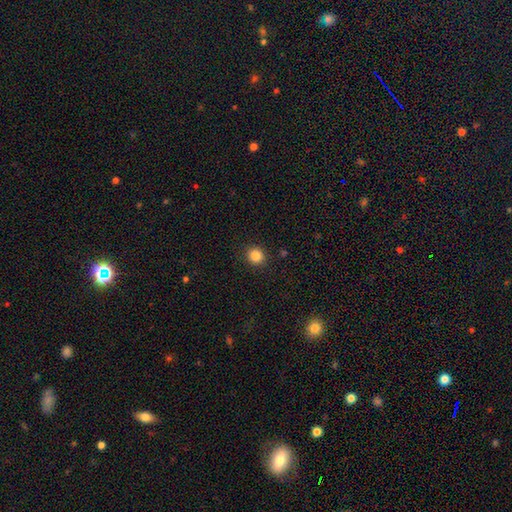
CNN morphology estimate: Q: Smooth or featured?
A: smooth (85%); runner-up: star or artifact (11%)
Q: How rounded?
A: round (91%); runner-up: in between (8%)
Q: Merging?
A: none (92%); runner-up: minor disturbance (5%)